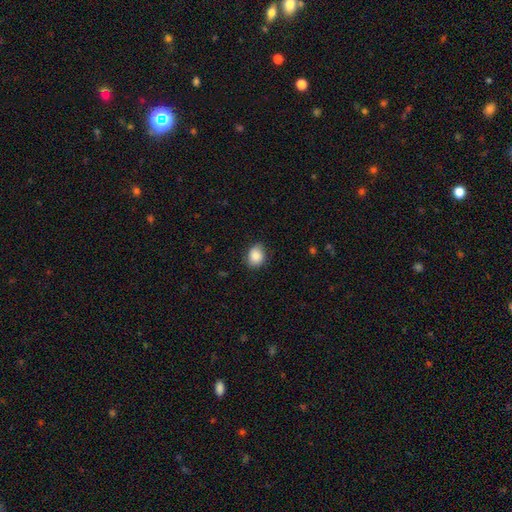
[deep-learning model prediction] A smooth galaxy with no disk features (86%) that is round (55%).

Vote fractions:
- Smooth or featured? smooth: 86% / star or artifact: 8% / featured or disk: 6%
- How rounded? round: 55% / in between: 44% / cigar-shaped: 1%
- Merging? none: 77% / minor disturbance: 19% / major disturbance: 4% / merger: 1%